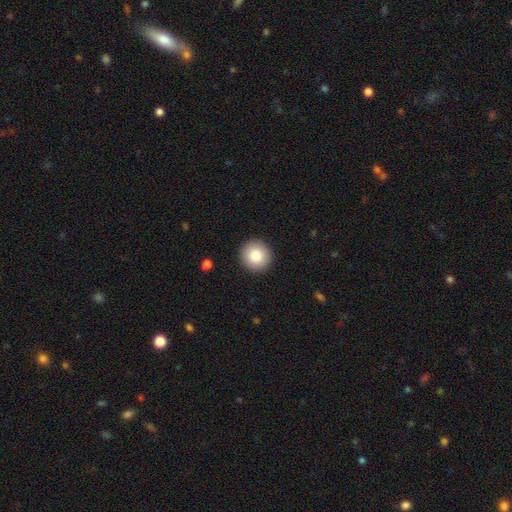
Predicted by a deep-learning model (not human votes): Smooth or featured? Predicted: smooth (p=0.85). How rounded? Predicted: round (p=0.94). Merging? Predicted: none (p=0.92).